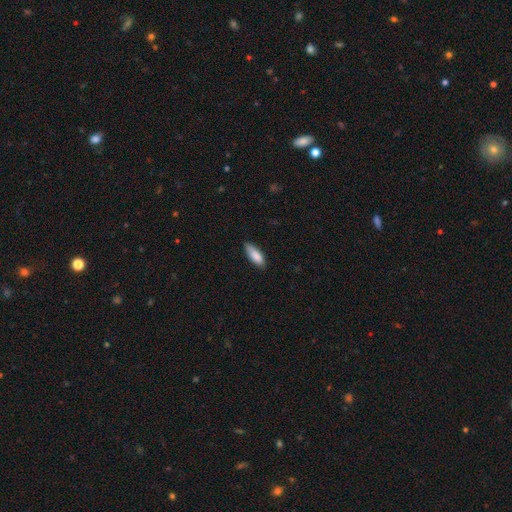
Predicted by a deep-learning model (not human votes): The model was most divided on "how rounded": in between: 67%, cigar-shaped: 31%, round: 2%. More confident: smooth or featured — smooth (87%); merging — none (77%).